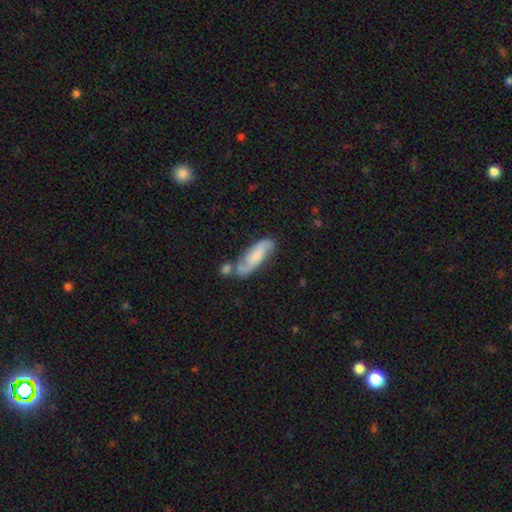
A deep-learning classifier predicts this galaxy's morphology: This is possibly a smooth galaxy (47%). Merging: possibly none (56%).